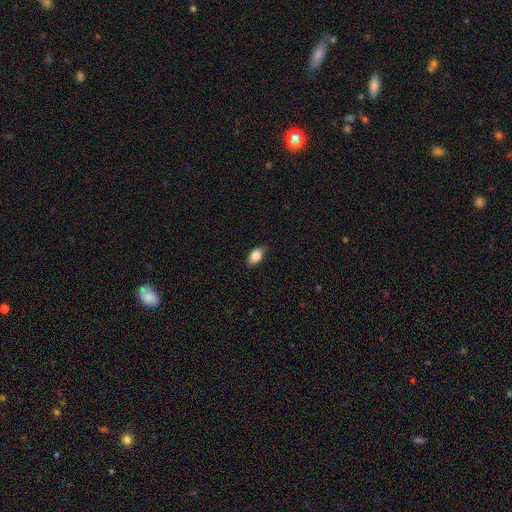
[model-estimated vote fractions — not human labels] A smooth galaxy with no disk features (84%) that is in between round and cigar-shaped (89%). Merging: none (78%).